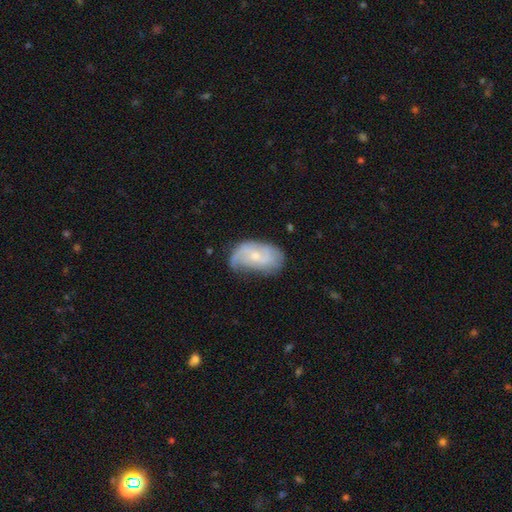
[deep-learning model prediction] featured or disk 64%, smooth 28%, star or artifact 7%. Down the decision tree: edge-on disk — no (96%); bar — no (61%); spiral arms — yes (84%); spiral arm count — 2 (44%); spiral winding — medium (38%); bulge size — small (65%); merging — none (47%).